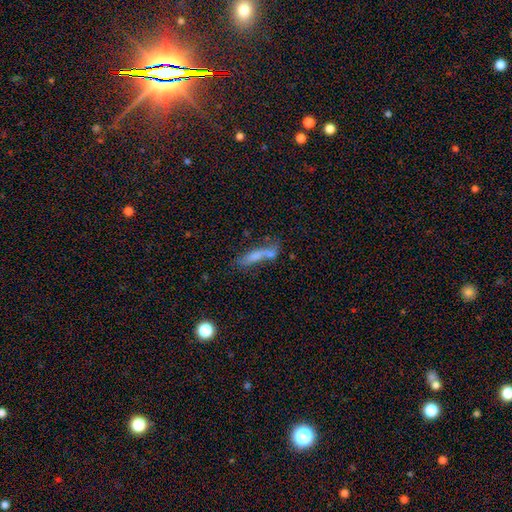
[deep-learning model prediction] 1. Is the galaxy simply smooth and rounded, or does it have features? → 59% smooth, 29% featured or disk, 12% star or artifact.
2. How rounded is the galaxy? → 74% cigar-shaped, 23% in between, 3% round.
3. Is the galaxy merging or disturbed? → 44% none, 25% merger, 19% minor disturbance, 12% major disturbance.